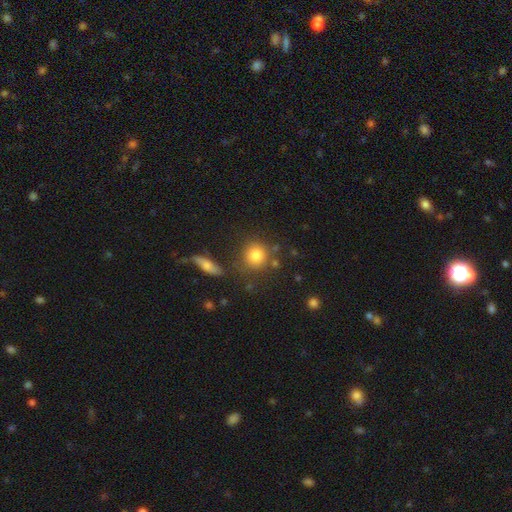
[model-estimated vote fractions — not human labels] Smooth or featured? Predicted: smooth (p=0.81). How rounded? Predicted: round (p=0.88). Merging? Predicted: none (p=0.76).